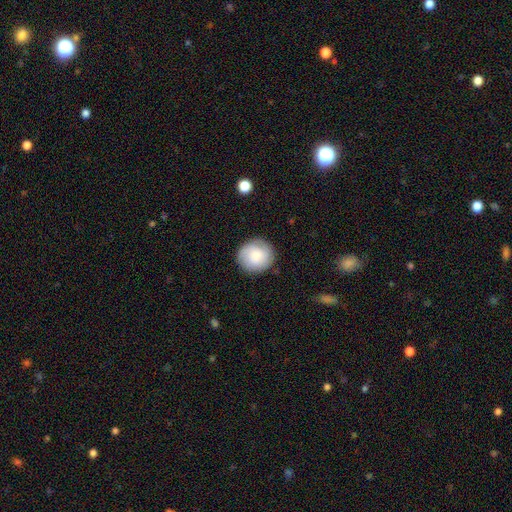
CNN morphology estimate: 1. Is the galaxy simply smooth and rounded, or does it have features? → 69% smooth, 23% featured or disk, 7% star or artifact.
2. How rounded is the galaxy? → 90% round, 9% in between, 1% cigar-shaped.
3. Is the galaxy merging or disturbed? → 86% none, 10% minor disturbance, 3% major disturbance, 1% merger.